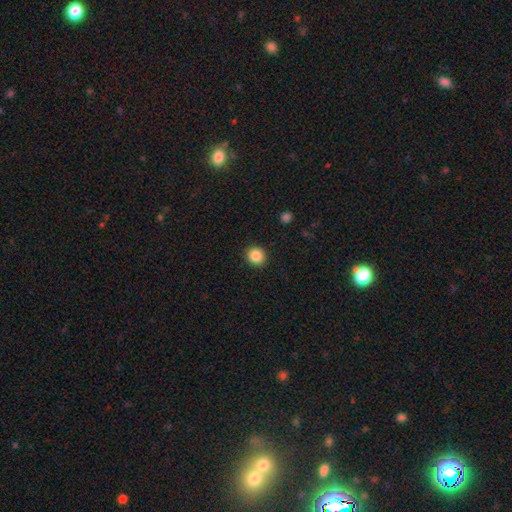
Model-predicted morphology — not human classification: type=smooth (87%); roundness=round (89%); merging=none (92%).